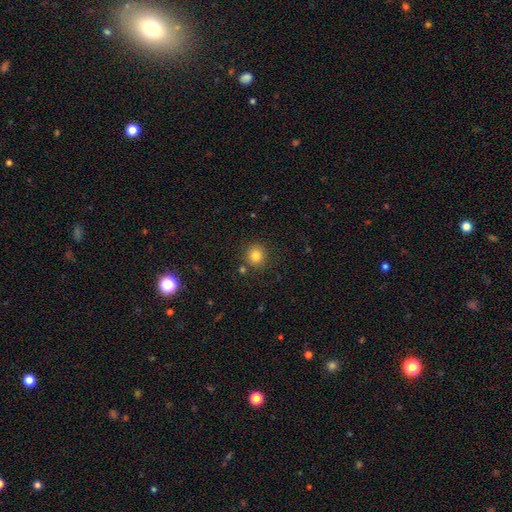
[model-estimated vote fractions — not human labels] Smooth or featured?
  - smooth: 82% *
  - star or artifact: 12%
  - featured or disk: 6%
How rounded?
  - round: 89% *
  - in between: 10%
  - cigar-shaped: 1%
Merging?
  - none: 85% *
  - minor disturbance: 8%
  - merger: 5%
  - major disturbance: 3%